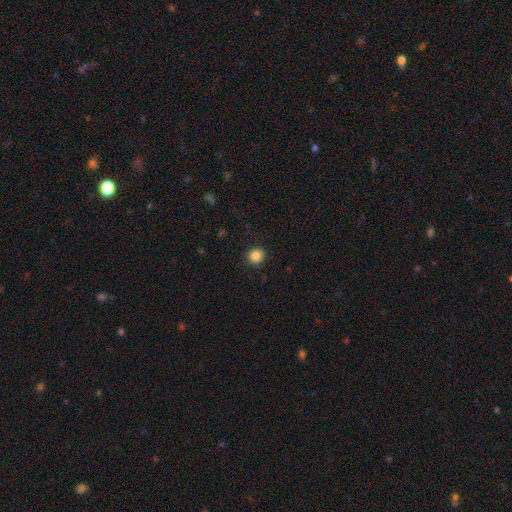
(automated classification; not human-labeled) Morphology: type=smooth (87%); roundness=round (90%); merging=none (90%).